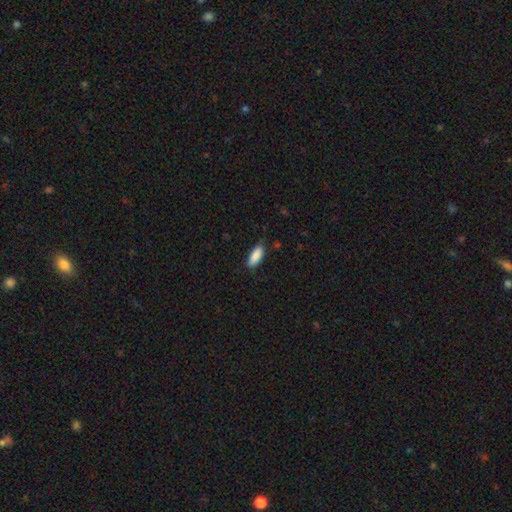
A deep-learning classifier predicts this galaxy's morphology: Smooth or featured? Predicted: smooth (p=0.89). How rounded? Predicted: in between (p=0.77). Merging? Predicted: none (p=0.80).